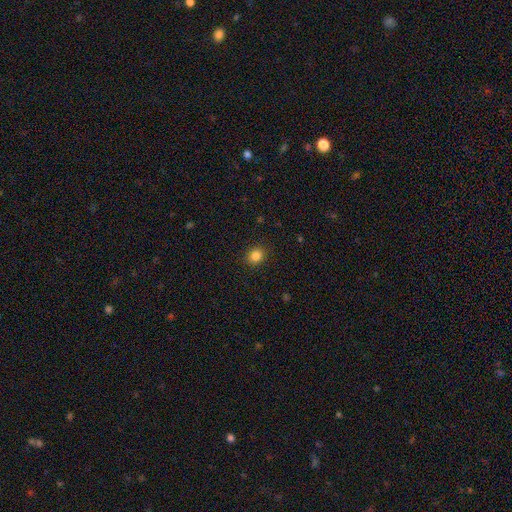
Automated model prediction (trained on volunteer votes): smooth-or-featured: smooth: 84% | star or artifact: 12% | featured or disk: 4%
  how-rounded: round: 76% | in between: 23% | cigar-shaped: 1%
  merging: none: 90% | minor disturbance: 7% | major disturbance: 2% | merger: 1%